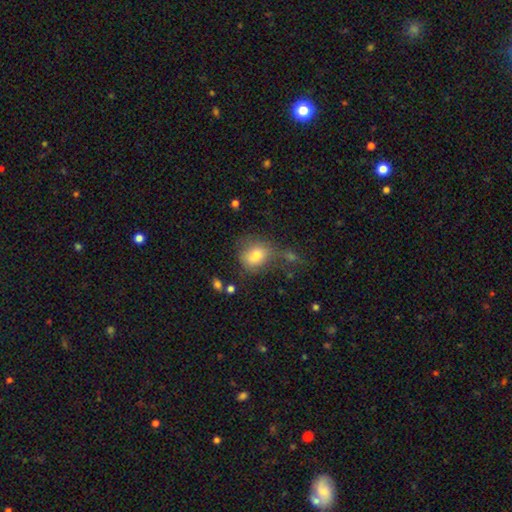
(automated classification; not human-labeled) smooth 77%, featured or disk 14%, star or artifact 9%. Down the decision tree: how rounded — in between (50%); merging — none (45%).